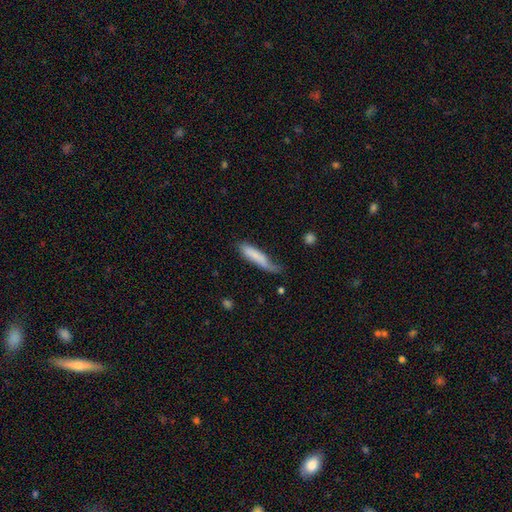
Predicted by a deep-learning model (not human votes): smooth-or-featured: smooth: 77% | featured or disk: 17% | star or artifact: 6%
  how-rounded: cigar-shaped: 78% | in between: 20% | round: 2%
  merging: none: 41% | minor disturbance: 37% | major disturbance: 18% | merger: 4%